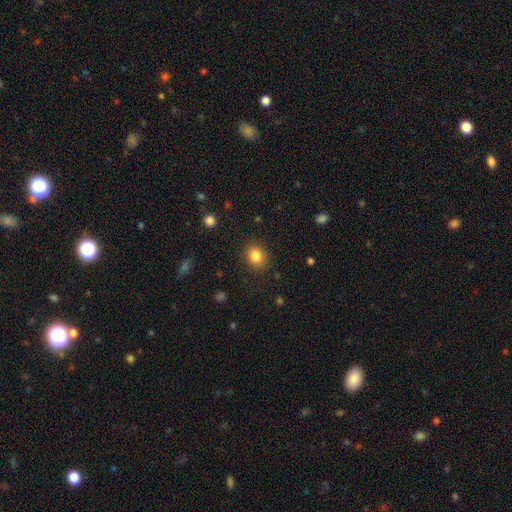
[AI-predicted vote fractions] smooth 84%, star or artifact 10%, featured or disk 6%. Down the decision tree: how rounded — round (55%); merging — none (86%).